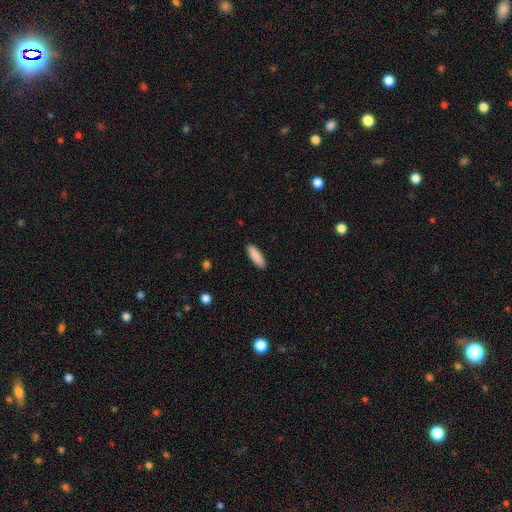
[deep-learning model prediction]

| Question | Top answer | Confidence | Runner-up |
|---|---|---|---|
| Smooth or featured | smooth | 90% | star or artifact (6%) |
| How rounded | cigar-shaped | 49% | tied: in between (49%) |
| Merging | none | 91% | minor disturbance (7%) |